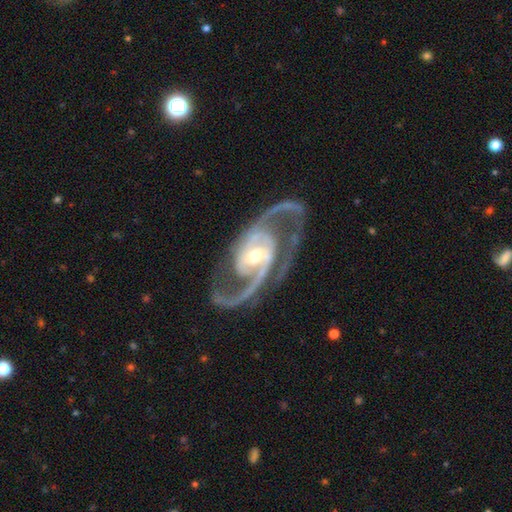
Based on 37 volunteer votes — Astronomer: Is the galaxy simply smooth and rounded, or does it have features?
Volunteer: featured or disk — 92%.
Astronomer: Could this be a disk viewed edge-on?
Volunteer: no — 91%.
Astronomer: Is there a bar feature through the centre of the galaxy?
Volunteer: no — 58% (runner-up: weak, 39%).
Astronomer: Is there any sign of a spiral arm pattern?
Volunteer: yes — 100%.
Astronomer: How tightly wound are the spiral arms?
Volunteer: medium — 58%.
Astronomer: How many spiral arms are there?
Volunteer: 2 — 100%.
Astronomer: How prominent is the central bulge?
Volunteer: moderate — 77%.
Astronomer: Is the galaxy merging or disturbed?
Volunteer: none — 77%.